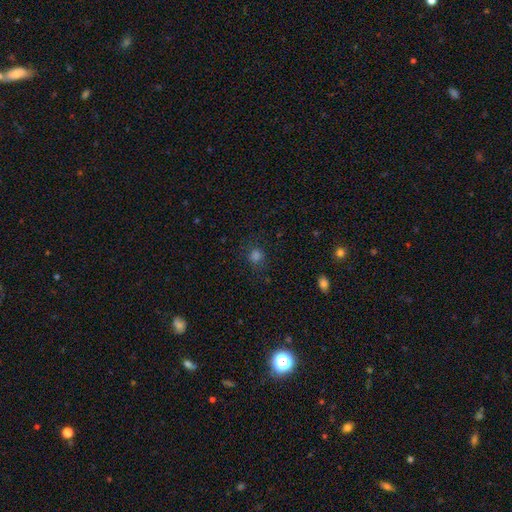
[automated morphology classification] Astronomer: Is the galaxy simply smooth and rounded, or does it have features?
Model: smooth — 68%.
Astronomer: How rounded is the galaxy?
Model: round — 80%.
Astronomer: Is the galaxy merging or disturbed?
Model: none — 79%.